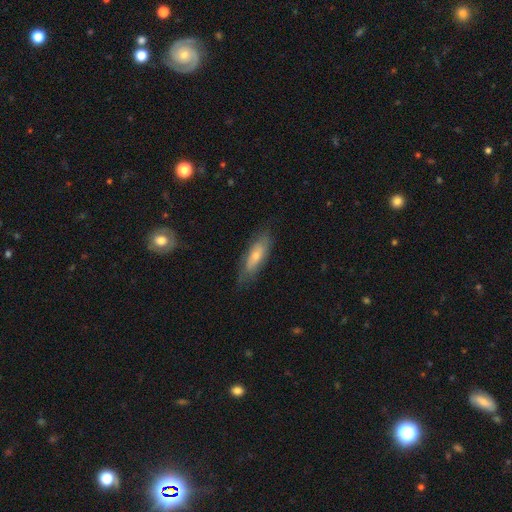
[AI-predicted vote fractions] This is possibly a smooth galaxy (56%). How rounded: possibly in between (55%). Merging: likely none (73%).